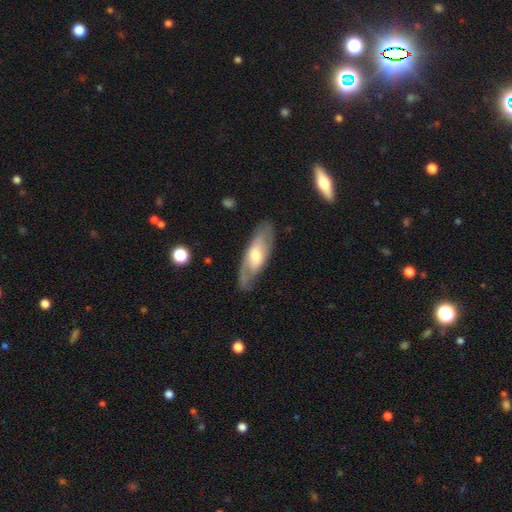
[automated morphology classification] This appears to be a featured or disk galaxy (58%). Merging: none (77%).